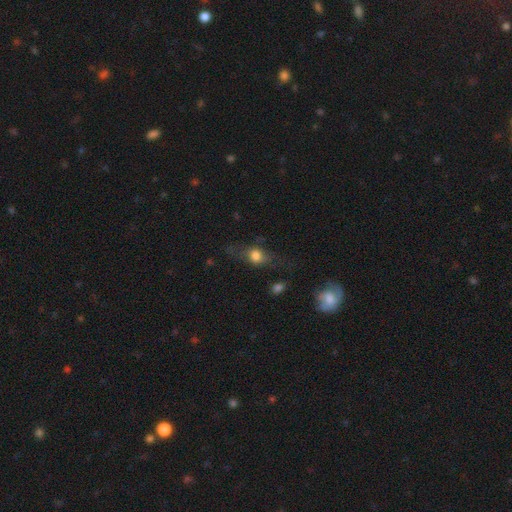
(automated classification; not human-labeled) Smooth or featured?
  - smooth: 63% *
  - featured or disk: 26%
  - star or artifact: 11%
How rounded?
  - in between: 53% *
  - round: 36%
  - cigar-shaped: 11%
Merging?
  - none: 58% *
  - minor disturbance: 22%
  - major disturbance: 17%
  - merger: 3%